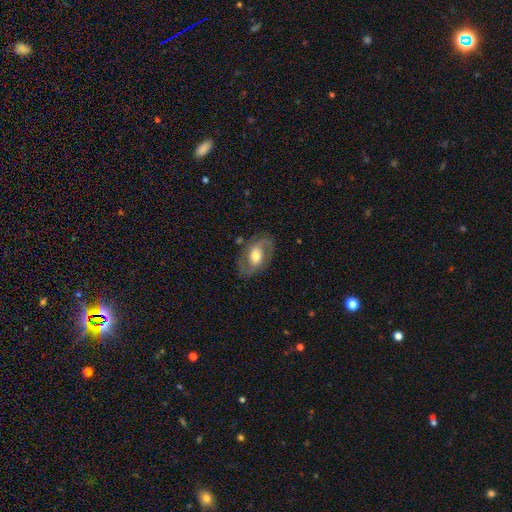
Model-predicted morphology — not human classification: A featured or disk galaxy (70%) with no bar (41%), 2 (87%) medium (50%) spiral arms (81%) and a moderate central bulge (63%).

Vote fractions:
- Smooth or featured? featured or disk: 70% / smooth: 24% / star or artifact: 6%
- Edge-on disk? no: 95% / yes: 5%
- Bar? no: 41% / weak: 39% / strong: 20%
- Spiral arms? yes: 81% / no: 19%
- Spiral winding? medium: 50% / loose: 29% / tight: 22%
- Spiral arm count? 2: 87% / can't tell: 7% / 1: 4% / 3: 1% / 4: 1% / more than 4: 1%
- Bulge size? moderate: 63% / large: 21% / small: 13% / dominant: 2% / none: 1%
- Merging? none: 76% / minor disturbance: 15% / major disturbance: 7% / merger: 2%